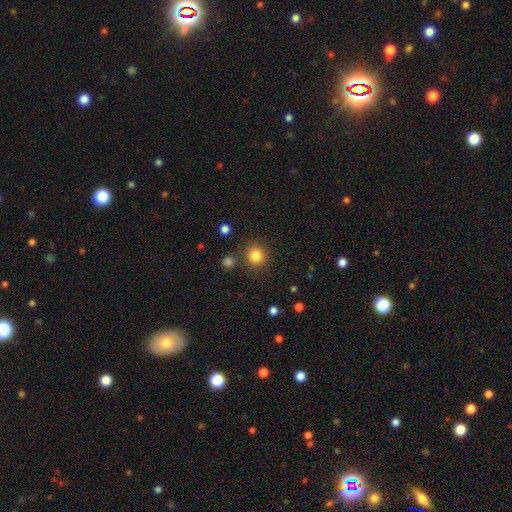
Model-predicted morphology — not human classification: type=smooth (83%); roundness=round (90%); merging=none (83%).